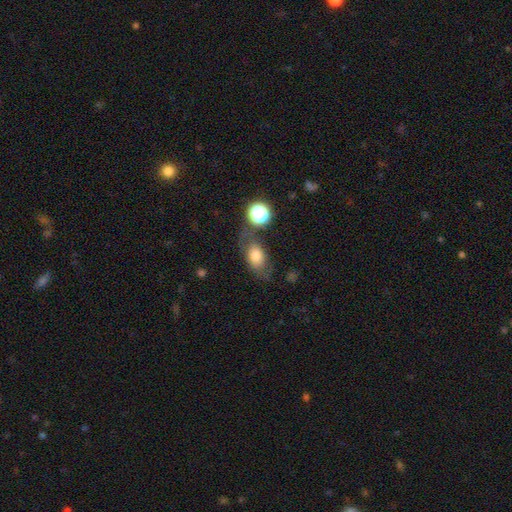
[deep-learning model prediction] smooth-or-featured: smooth: 69% | featured or disk: 20% | star or artifact: 11%
  how-rounded: in between: 79% | round: 17% | cigar-shaped: 3%
  merging: none: 59% | minor disturbance: 20% | major disturbance: 12% | merger: 9%